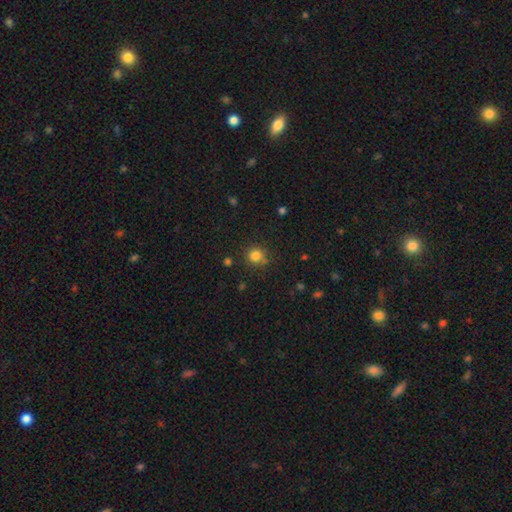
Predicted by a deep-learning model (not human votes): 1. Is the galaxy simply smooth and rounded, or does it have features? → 82% smooth, 13% star or artifact, 5% featured or disk.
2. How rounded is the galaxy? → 91% round, 8% in between, 1% cigar-shaped.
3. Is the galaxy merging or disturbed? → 81% none, 11% minor disturbance, 4% merger, 3% major disturbance.